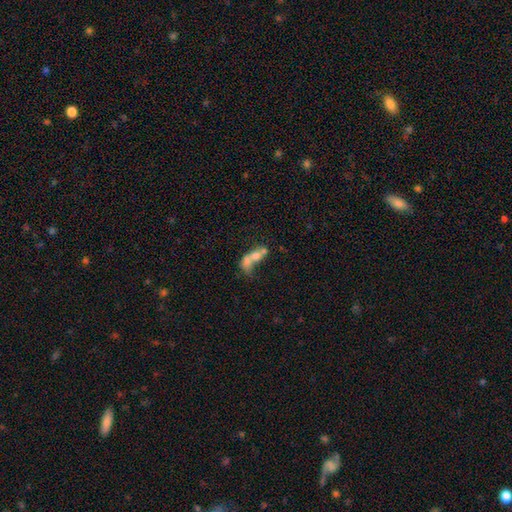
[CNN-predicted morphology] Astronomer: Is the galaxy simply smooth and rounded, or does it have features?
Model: smooth — 54% (runner-up: featured or disk, 34%).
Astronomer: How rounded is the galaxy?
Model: in between — 68%.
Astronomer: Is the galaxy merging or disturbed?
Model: merger — 63%.